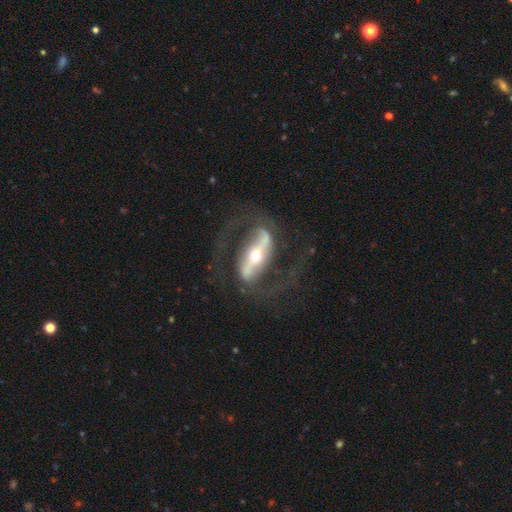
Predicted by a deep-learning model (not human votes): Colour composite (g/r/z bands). It shows a featured or disk galaxy (89%) with a strong bar (73%), 2 (91%) medium (52%) spiral arms (91%) and a moderate central bulge (51%). Merging: none (72%).